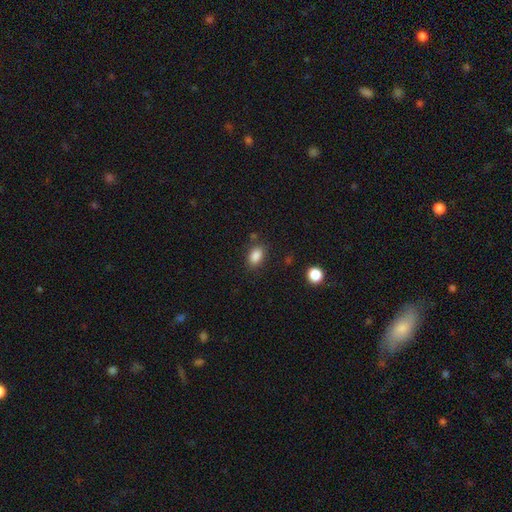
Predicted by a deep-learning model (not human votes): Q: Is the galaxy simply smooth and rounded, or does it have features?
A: smooth — 86%.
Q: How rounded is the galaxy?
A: in between — 85%.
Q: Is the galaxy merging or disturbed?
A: none — 80%.